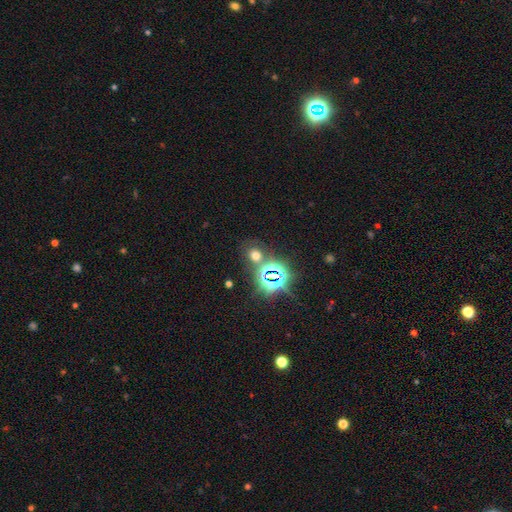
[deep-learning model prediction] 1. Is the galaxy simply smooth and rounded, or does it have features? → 47% smooth, 45% star or artifact, 8% featured or disk.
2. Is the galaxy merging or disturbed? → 74% none, 12% merger, 9% minor disturbance, 5% major disturbance.